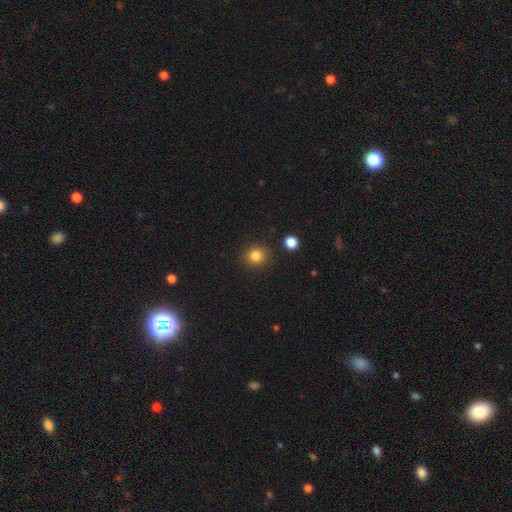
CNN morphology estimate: A smooth galaxy with no disk features (83%) that is round (85%). Merging: none (89%).